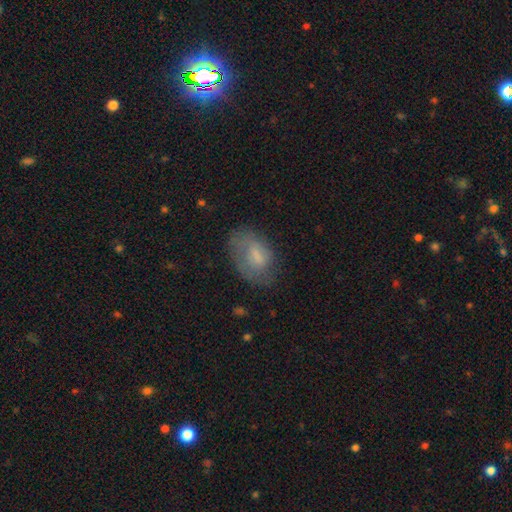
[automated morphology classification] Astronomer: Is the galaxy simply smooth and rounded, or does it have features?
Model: smooth — 62%.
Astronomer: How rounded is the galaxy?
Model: in between — 87%.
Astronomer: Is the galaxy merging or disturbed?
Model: none — 57%.